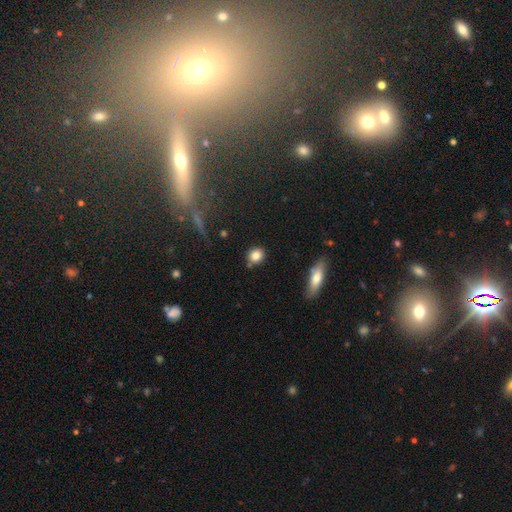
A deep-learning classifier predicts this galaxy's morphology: Overall: smooth (83%). How rounded: round (73%). Merging: none (78%).